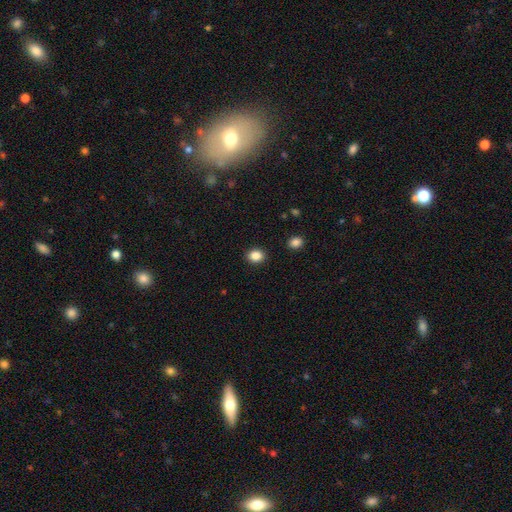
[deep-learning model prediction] The model was most divided on "how rounded": round: 55%, in between: 44%, cigar-shaped: 1%. More confident: merging — none (90%); smooth or featured — smooth (86%).